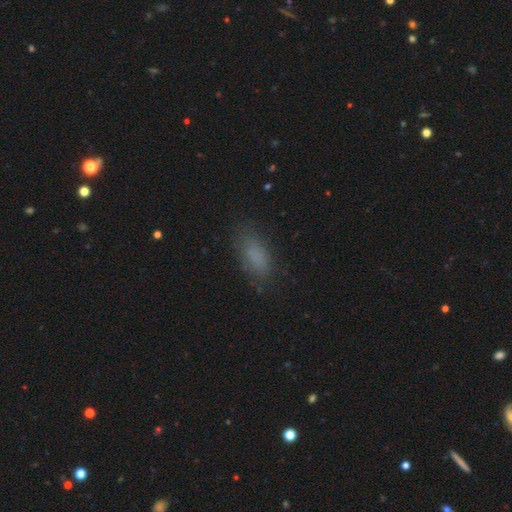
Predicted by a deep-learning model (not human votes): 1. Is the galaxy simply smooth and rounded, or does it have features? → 79% smooth, 11% star or artifact, 10% featured or disk.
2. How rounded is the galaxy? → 85% in between, 11% cigar-shaped, 4% round.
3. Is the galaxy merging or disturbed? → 77% none, 16% minor disturbance, 6% major disturbance, 1% merger.